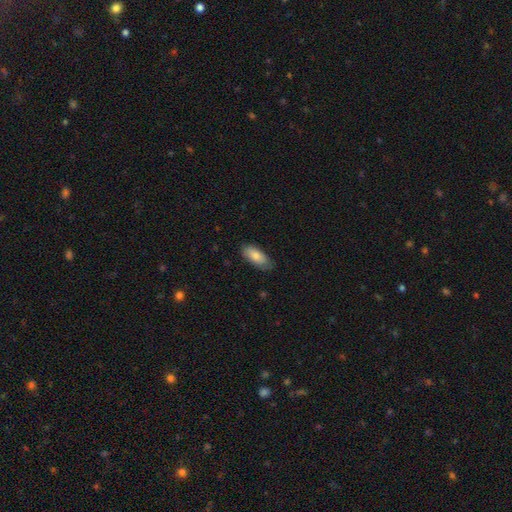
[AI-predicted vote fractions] smooth 82%, featured or disk 12%, star or artifact 6%. Down the decision tree: how rounded — in between (86%); merging — none (77%).